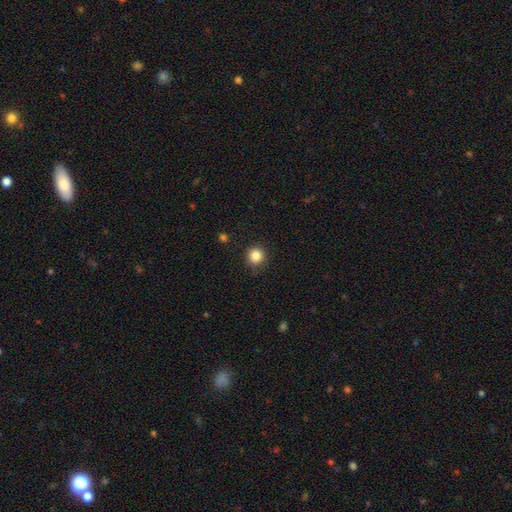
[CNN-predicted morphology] Q: Smooth or featured?
A: smooth (85%); runner-up: star or artifact (11%)
Q: How rounded?
A: round (92%); runner-up: in between (7%)
Q: Merging?
A: none (87%); runner-up: minor disturbance (9%)